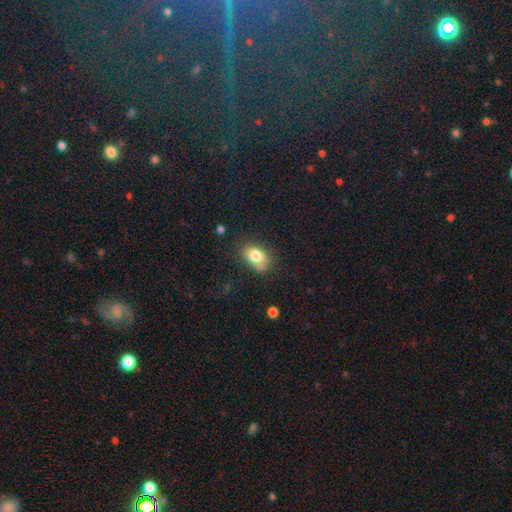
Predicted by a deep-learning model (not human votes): Smooth or featured: smooth — 80% (featured or disk — 11%)
How rounded: in between — 82% (round — 16%)
Merging: none — 67% (minor disturbance — 23%)